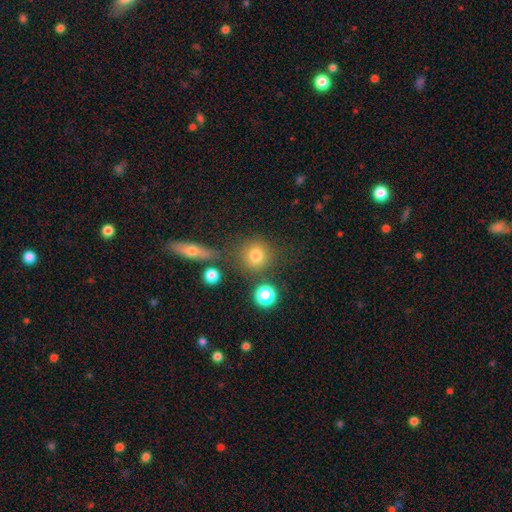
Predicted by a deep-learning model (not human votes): The model was most divided on "smooth or featured": smooth: 76%, star or artifact: 15%, featured or disk: 9%. More confident: how rounded — round (91%); merging — none (76%).